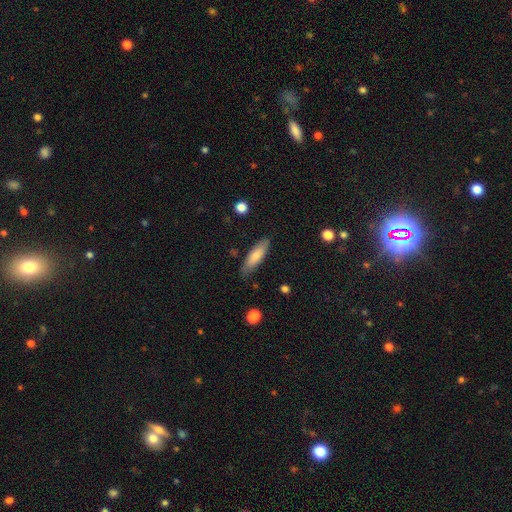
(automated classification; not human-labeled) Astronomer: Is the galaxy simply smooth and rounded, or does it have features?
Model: smooth — 77%.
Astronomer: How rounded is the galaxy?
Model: cigar-shaped — 58% (runner-up: in between, 41%).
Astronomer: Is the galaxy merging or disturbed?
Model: none — 82%.